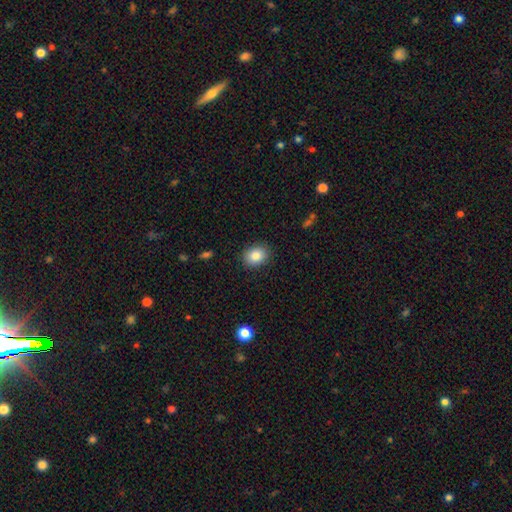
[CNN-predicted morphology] type=smooth (86%); roundness=in between (54%); merging=none (88%).